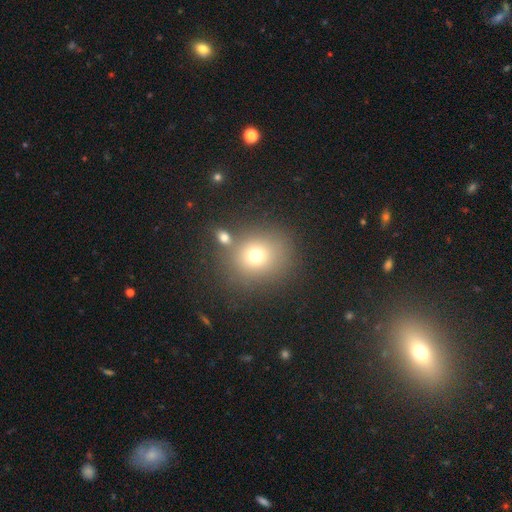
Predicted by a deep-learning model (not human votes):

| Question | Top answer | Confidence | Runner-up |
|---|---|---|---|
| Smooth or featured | smooth | 71% | star or artifact (17%) |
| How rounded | round | 81% | in between (18%) |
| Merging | none | 70% | merger (15%) |